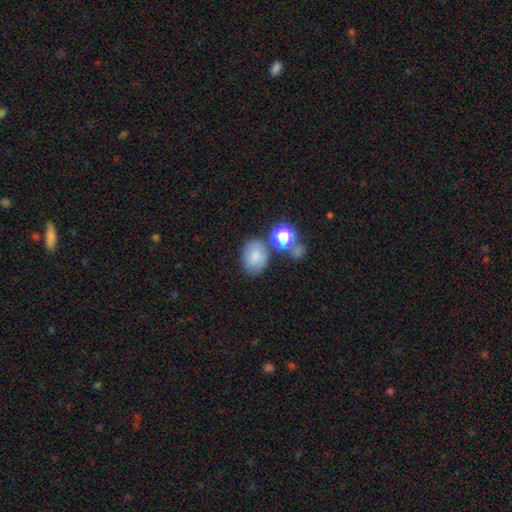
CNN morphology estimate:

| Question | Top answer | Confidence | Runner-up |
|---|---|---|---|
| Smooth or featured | smooth | 72% | featured or disk (14%) |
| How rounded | in between | 63% | round (36%) |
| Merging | none | 63% | minor disturbance (18%) |